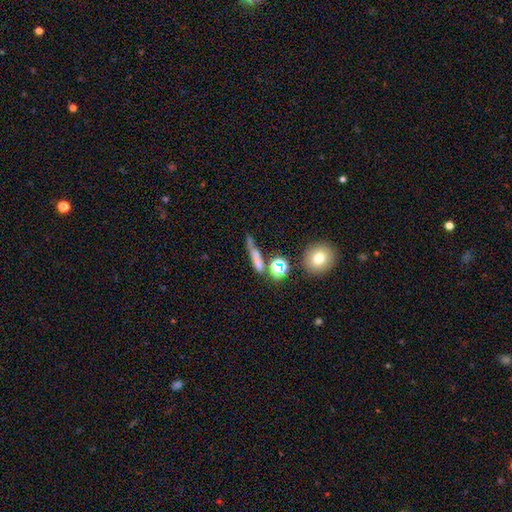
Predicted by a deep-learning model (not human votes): Overall: smooth (52%; featured or disk 26%). How rounded: cigar-shaped (60%; round 23%). Merging: none (62%).